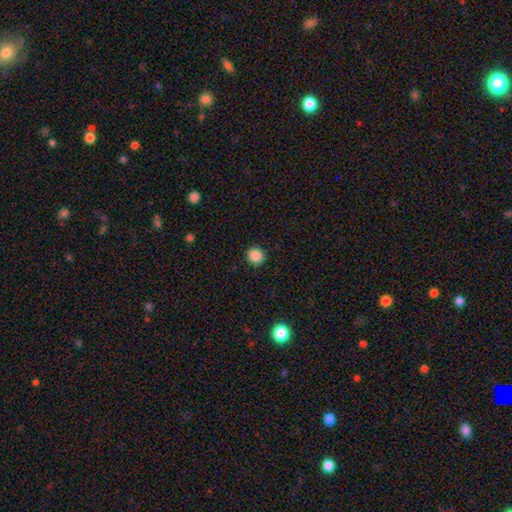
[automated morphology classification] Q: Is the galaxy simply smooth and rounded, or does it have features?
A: smooth — 87%.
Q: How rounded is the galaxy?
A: round — 91%.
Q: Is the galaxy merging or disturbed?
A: none — 91%.